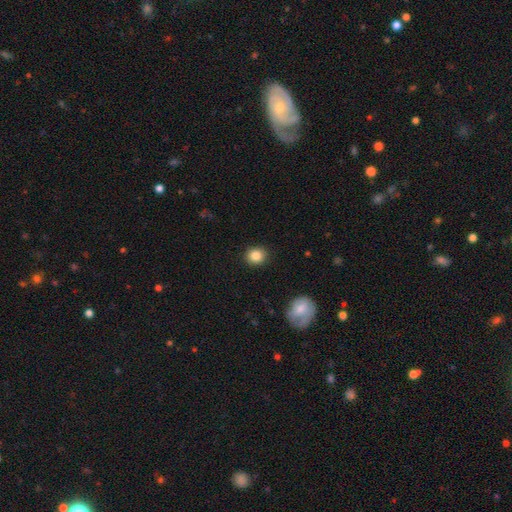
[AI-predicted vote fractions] This is clearly a smooth galaxy (85%). How rounded: likely round (79%). Merging: clearly none (90%).